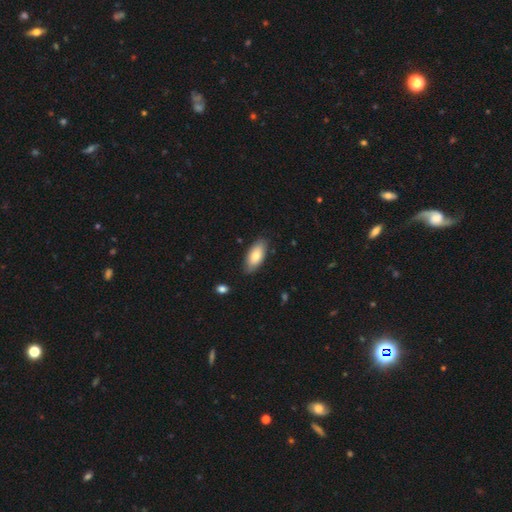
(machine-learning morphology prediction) Smooth or featured? smooth (77%)
How rounded? in between (88%)
Merging? none (84%)